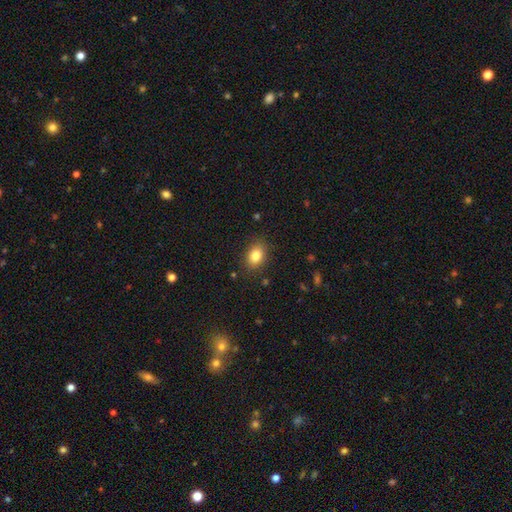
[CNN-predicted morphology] Smooth or featured?
  - smooth: 82% *
  - star or artifact: 10%
  - featured or disk: 8%
How rounded?
  - in between: 72% *
  - round: 27%
  - cigar-shaped: 1%
Merging?
  - none: 86% *
  - minor disturbance: 10%
  - major disturbance: 3%
  - merger: 1%